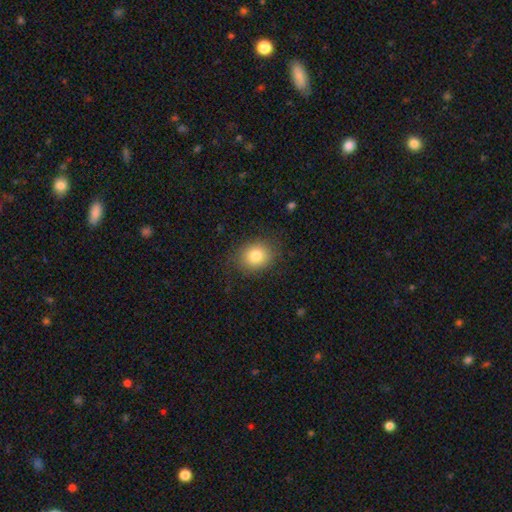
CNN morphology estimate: This is clearly a smooth galaxy (81%). How rounded: likely round (62%). Merging: clearly none (82%).